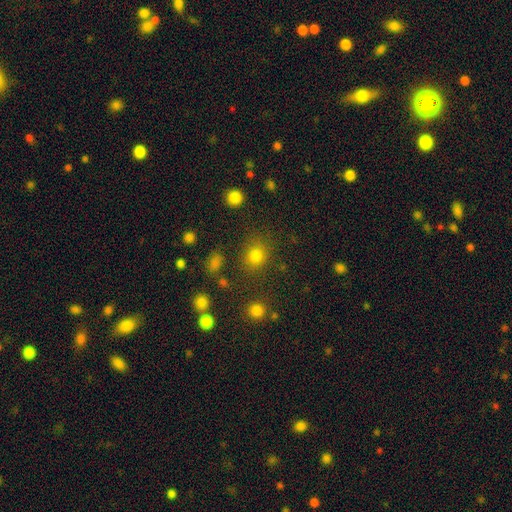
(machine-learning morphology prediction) Q: Smooth or featured?
A: smooth (79%); runner-up: star or artifact (15%)
Q: How rounded?
A: round (78%); runner-up: in between (21%)
Q: Merging?
A: none (81%); runner-up: minor disturbance (10%)